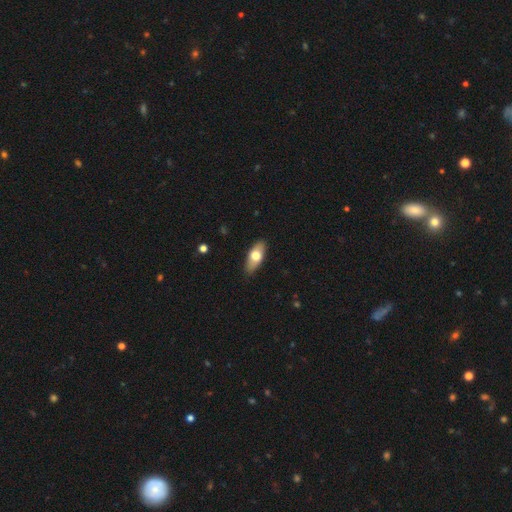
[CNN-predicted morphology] This appears to be a smooth galaxy with no disk features (67%) that is in between round and cigar-shaped (82%). Merging: none (86%).